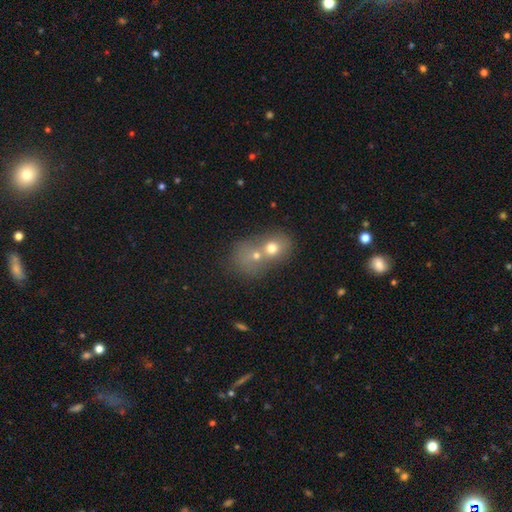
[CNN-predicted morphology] smooth_or_featured: smooth (p=0.65) [alt: featured or disk p=0.22]
how_rounded: round (p=0.61) [alt: in between p=0.38]
merging: merger (p=0.72) [alt: none p=0.19]